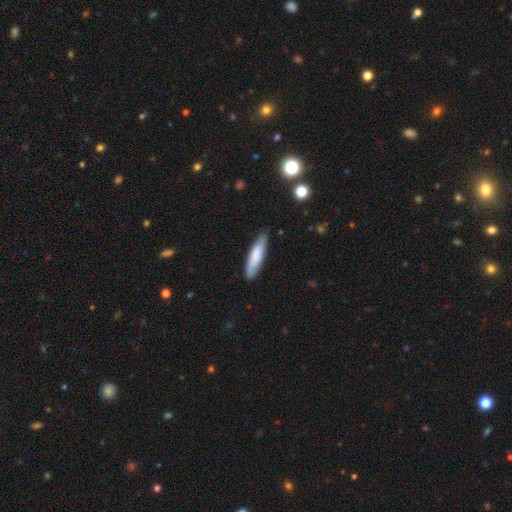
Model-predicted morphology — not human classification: Smooth or featured: smooth — 77% (featured or disk — 18%)
How rounded: cigar-shaped — 80% (in between — 19%)
Merging: none — 81% (minor disturbance — 15%)